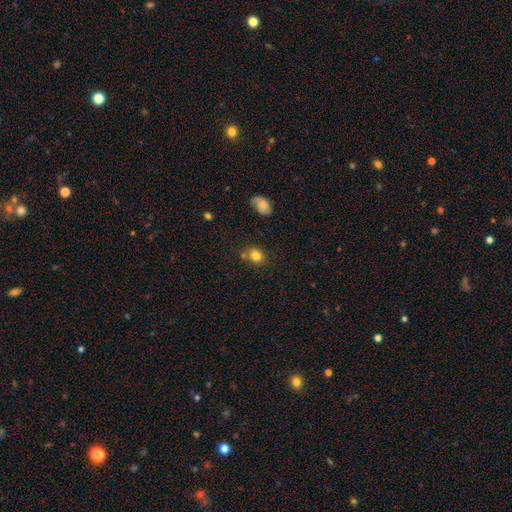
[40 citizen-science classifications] Volunteers were most divided on "how rounded": in between: 60%, round: 40%, cigar-shaped: 0%. More confident: smooth or featured — smooth (88%); merging — none (63%).